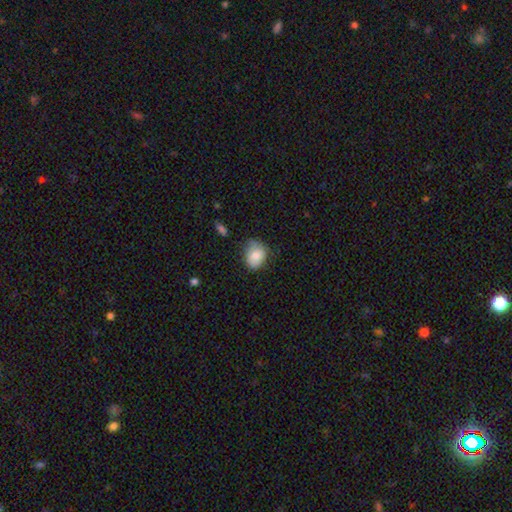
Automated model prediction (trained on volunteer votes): Morphology: type=smooth (79%); roundness=in between (52%); merging=none (62%).